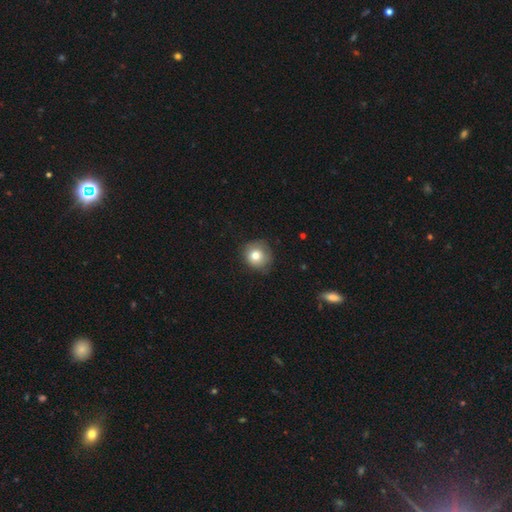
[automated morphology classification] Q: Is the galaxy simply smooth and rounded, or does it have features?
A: smooth — 76%.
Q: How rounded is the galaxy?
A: round — 88%.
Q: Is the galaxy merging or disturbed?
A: none — 71%.